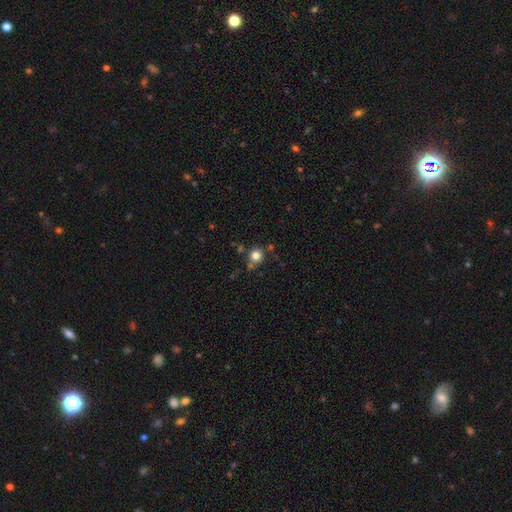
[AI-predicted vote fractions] smooth-or-featured: smooth: 80% | star or artifact: 13% | featured or disk: 6%
  how-rounded: round: 90% | in between: 9% | cigar-shaped: 1%
  merging: none: 74% | minor disturbance: 12% | merger: 10% | major disturbance: 4%